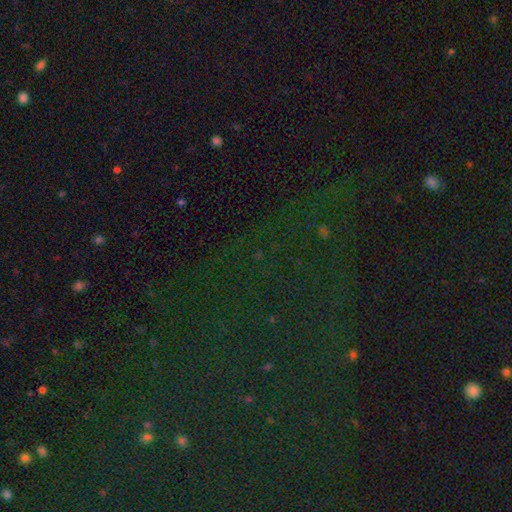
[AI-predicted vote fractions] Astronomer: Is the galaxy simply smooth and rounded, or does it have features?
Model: star or artifact — 80%.